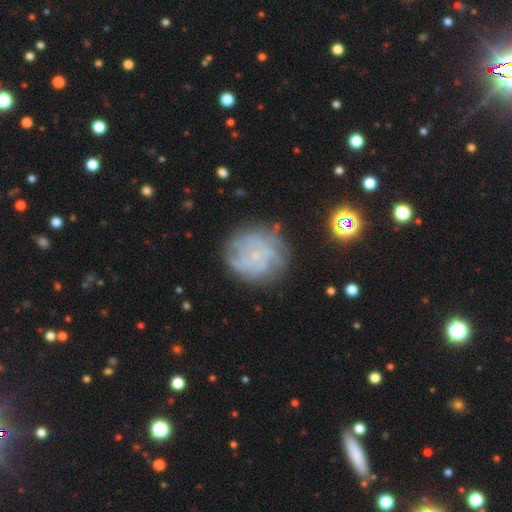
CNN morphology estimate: Smooth or featured? Predicted: featured or disk (p=0.70). Edge-on disk? Predicted: no (p=0.98). Bar? Predicted: no (p=0.80). Spiral arms? Predicted: yes (p=0.86). Spiral winding? Predicted: tight (p=0.54). Spiral arm count? Predicted: can't tell (p=0.40). Bulge size? Predicted: small (p=0.76). Merging? Predicted: none (p=0.73).